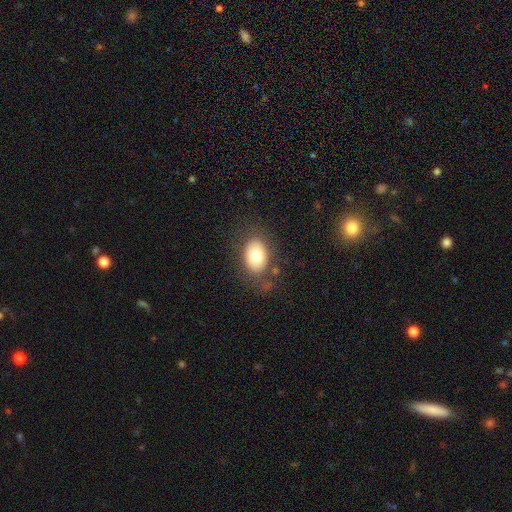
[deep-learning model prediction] Smooth or featured?
  - smooth: 77% *
  - featured or disk: 15%
  - star or artifact: 8%
How rounded?
  - in between: 80% *
  - round: 19%
  - cigar-shaped: 1%
Merging?
  - none: 77% *
  - minor disturbance: 14%
  - major disturbance: 6%
  - merger: 2%